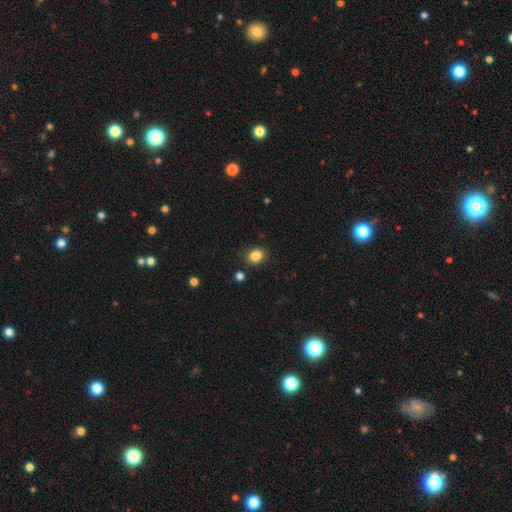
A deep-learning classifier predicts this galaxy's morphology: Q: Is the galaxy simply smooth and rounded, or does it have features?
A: smooth — 85%.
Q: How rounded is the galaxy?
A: round — 53%.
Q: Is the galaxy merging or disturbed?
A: none — 85%.